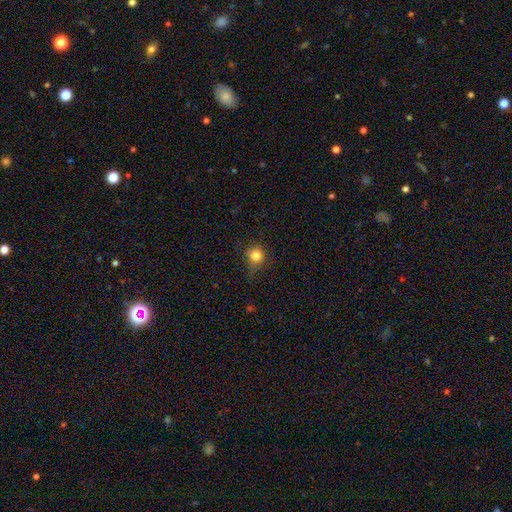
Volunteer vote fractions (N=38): Volunteers were most divided on "merging": none: 71%, minor disturbance: 26%, major disturbance: 3%, merger: 0%. More confident: how rounded — round (87%); smooth or featured — smooth (82%).